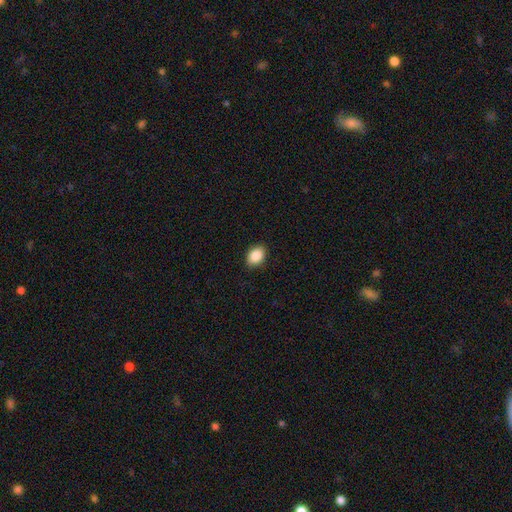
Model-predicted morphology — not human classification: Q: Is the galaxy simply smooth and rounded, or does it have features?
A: smooth — 89%.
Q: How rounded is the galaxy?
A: in between — 77%.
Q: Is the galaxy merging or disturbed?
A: none — 89%.